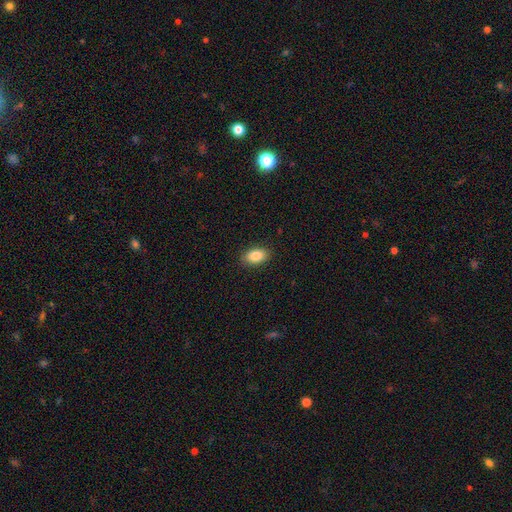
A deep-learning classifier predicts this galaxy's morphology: Overall: smooth (87%). How rounded: in between (90%). Merging: none (89%).